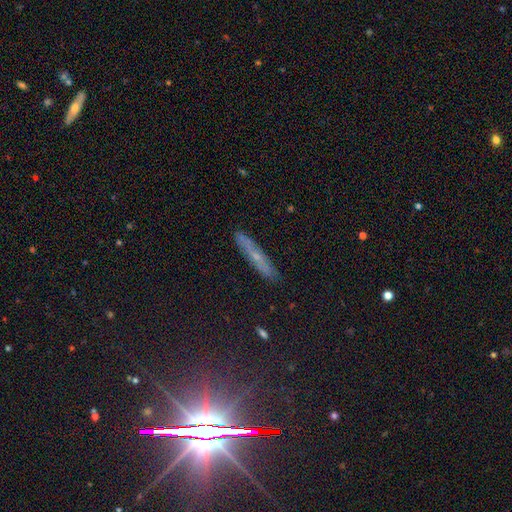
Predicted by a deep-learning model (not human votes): This appears to be a featured or disk galaxy (45%). Merging: none (86%).